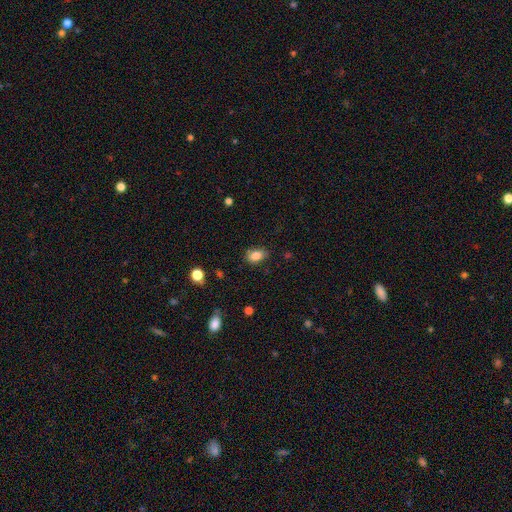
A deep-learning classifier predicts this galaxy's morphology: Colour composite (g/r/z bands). It shows a smooth galaxy with no disk features (84%) that is in between round and cigar-shaped (84%). Merging: none (78%).